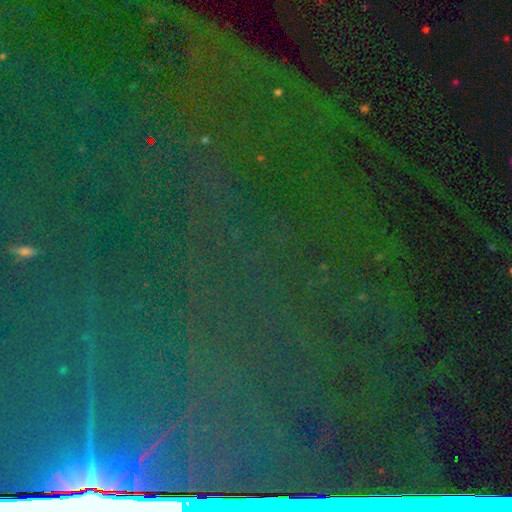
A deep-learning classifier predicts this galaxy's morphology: Smooth or featured? star or artifact (86%)